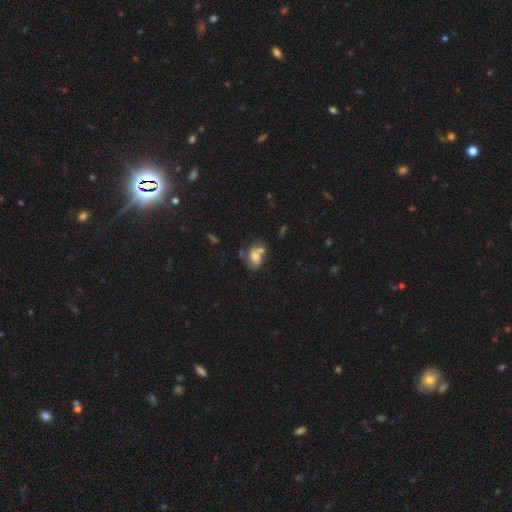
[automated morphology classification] Q: Smooth or featured?
A: smooth (60%); runner-up: featured or disk (29%)
Q: How rounded?
A: in between (77%); runner-up: round (21%)
Q: Merging?
A: none (37%); runner-up: merger (31%)